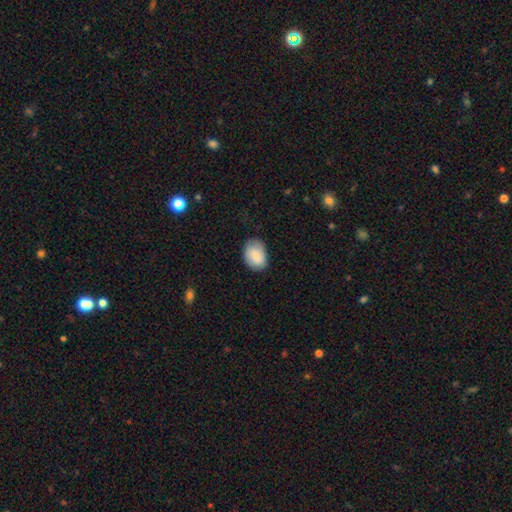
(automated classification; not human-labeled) The model was most divided on "how rounded": in between: 72%, round: 27%, cigar-shaped: 1%. More confident: smooth or featured — smooth (79%); merging — none (74%).